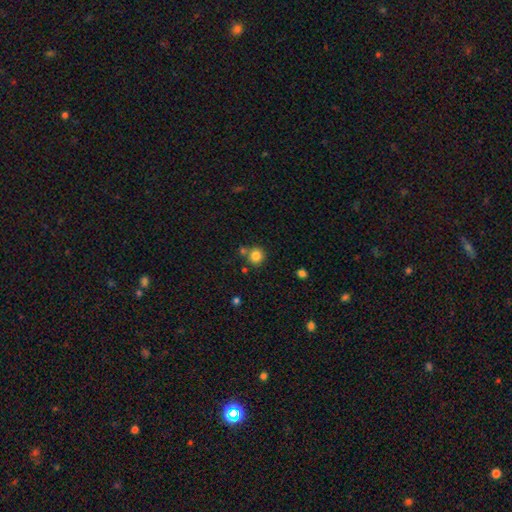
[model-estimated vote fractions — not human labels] Morphology: type=smooth (84%); roundness=round (91%); merging=none (72%).